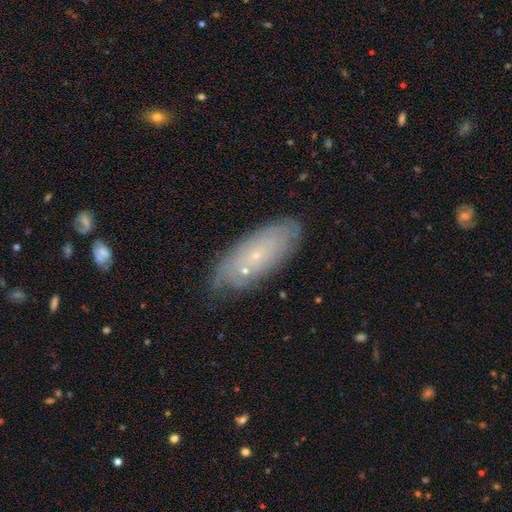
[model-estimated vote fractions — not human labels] smooth_or_featured: featured or disk (p=0.53) [alt: smooth p=0.38]
disk_edge_on: no (p=0.85) [alt: yes p=0.15]
merging: none (p=0.72) [alt: minor disturbance p=0.19]